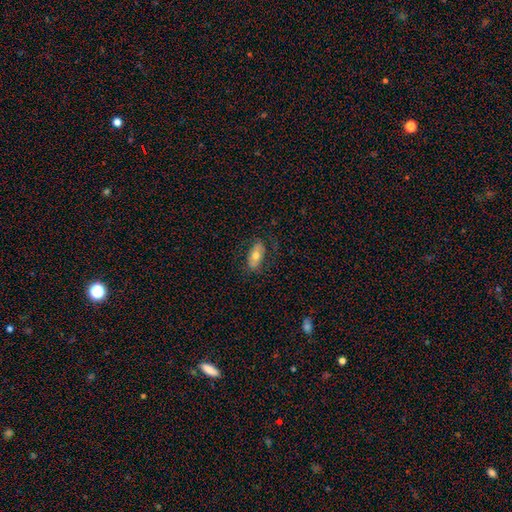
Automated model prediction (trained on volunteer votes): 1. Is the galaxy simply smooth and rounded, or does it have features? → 63% smooth, 31% featured or disk, 7% star or artifact.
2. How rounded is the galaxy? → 90% in between, 6% cigar-shaped, 4% round.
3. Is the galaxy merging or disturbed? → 77% none, 16% minor disturbance, 6% major disturbance, 1% merger.